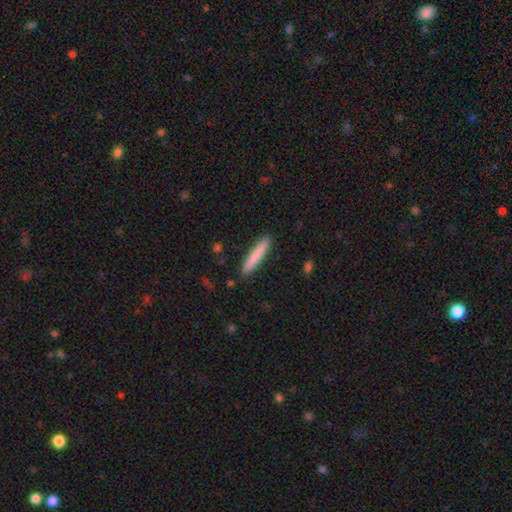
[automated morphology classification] smooth-or-featured: smooth: 81% | featured or disk: 14% | star or artifact: 6%
  how-rounded: cigar-shaped: 94% | in between: 5% | round: 1%
  merging: none: 90% | minor disturbance: 7% | major disturbance: 2% | merger: 1%